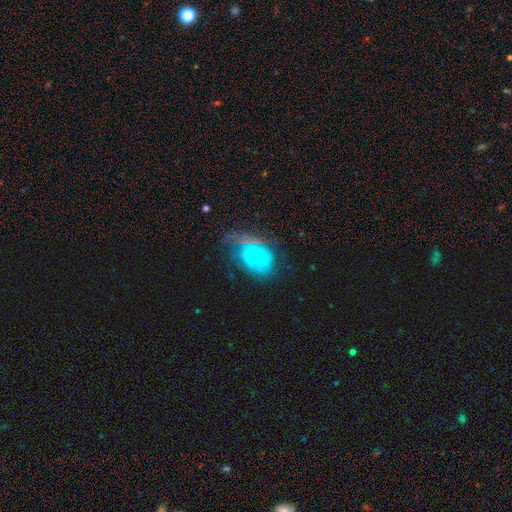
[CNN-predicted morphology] This is possibly a featured or disk galaxy (46%). Merging: marginally none (43%).